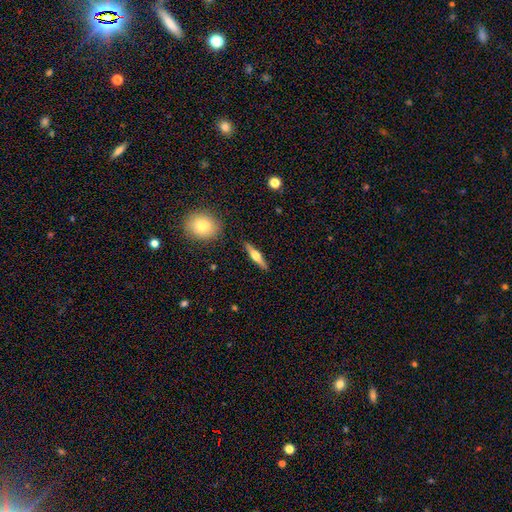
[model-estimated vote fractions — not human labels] This appears to be a featured or disk galaxy (54%) viewed edge-on (95%) with a rounded central bulge (92%). Merging: none (90%).